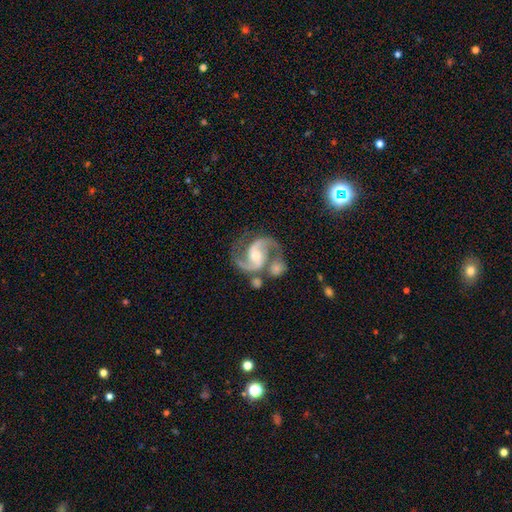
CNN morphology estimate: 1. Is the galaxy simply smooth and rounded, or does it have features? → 92% featured or disk, 5% star or artifact, 3% smooth.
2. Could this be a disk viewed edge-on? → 98% no, 2% yes.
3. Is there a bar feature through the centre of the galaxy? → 40% no, 39% weak, 21% strong.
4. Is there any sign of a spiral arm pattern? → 98% yes, 2% no.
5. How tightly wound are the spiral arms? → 65% medium, 20% loose, 15% tight.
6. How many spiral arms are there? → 93% 2, 2% 3, 2% can't tell, 1% 1, 1% 4, 1% more than 4.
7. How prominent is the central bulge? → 52% moderate, 42% small, 3% large, 2% none, 1% dominant.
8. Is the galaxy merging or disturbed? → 58% none, 19% merger, 15% minor disturbance, 8% major disturbance.